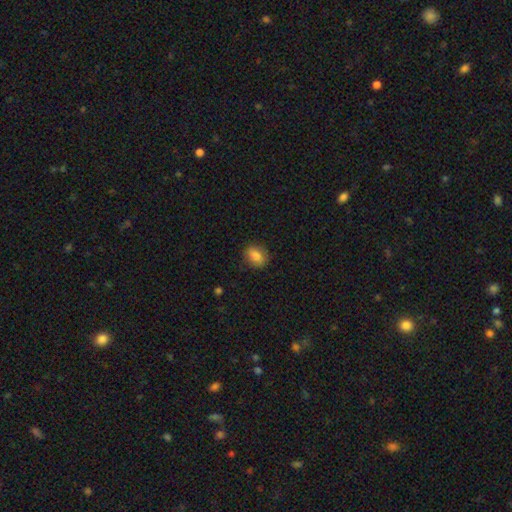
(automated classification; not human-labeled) Smooth or featured? Predicted: smooth (p=0.84). How rounded? Predicted: in between (p=0.65). Merging? Predicted: none (p=0.83).